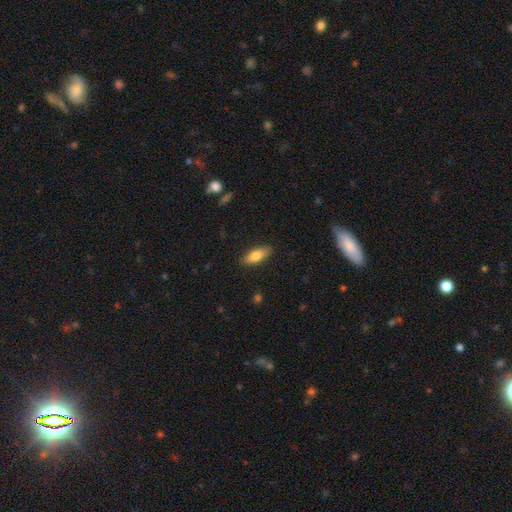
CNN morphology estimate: smooth_or_featured: smooth (p=0.78) [alt: featured or disk p=0.15]
how_rounded: in between (p=0.69) [alt: cigar-shaped p=0.29]
merging: none (p=0.87) [alt: minor disturbance p=0.10]